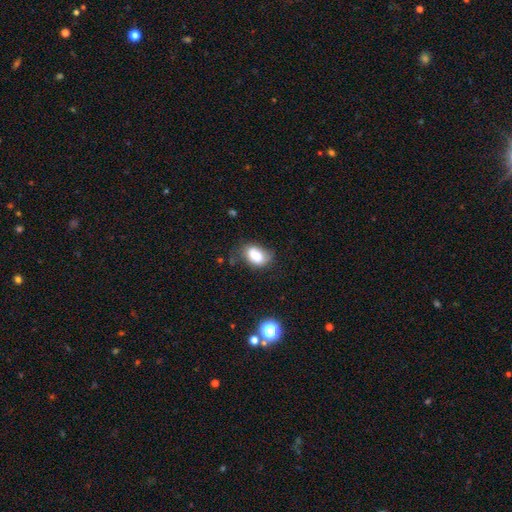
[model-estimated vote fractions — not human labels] This is likely a smooth galaxy (80%). How rounded: clearly in between (83%). Merging: possibly none (46%).